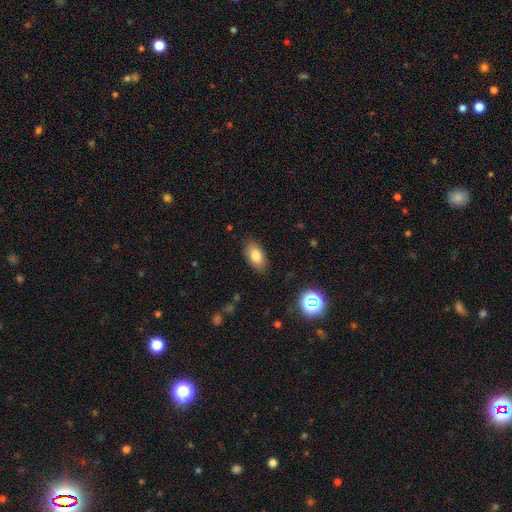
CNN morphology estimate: smooth 81%, featured or disk 10%, star or artifact 9%. Down the decision tree: how rounded — in between (91%); merging — none (85%).